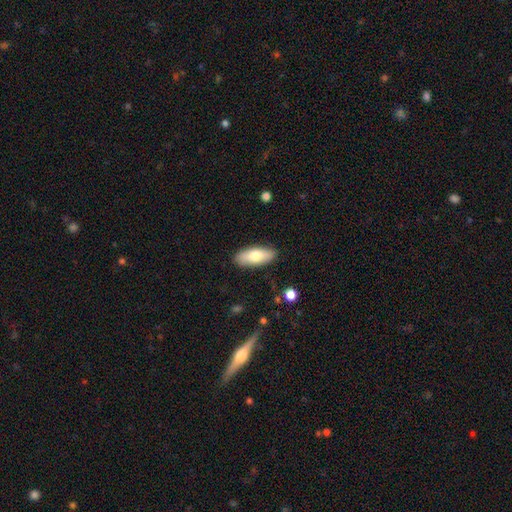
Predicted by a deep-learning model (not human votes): Overall: smooth (73%). How rounded: in between (78%). Merging: none (88%).